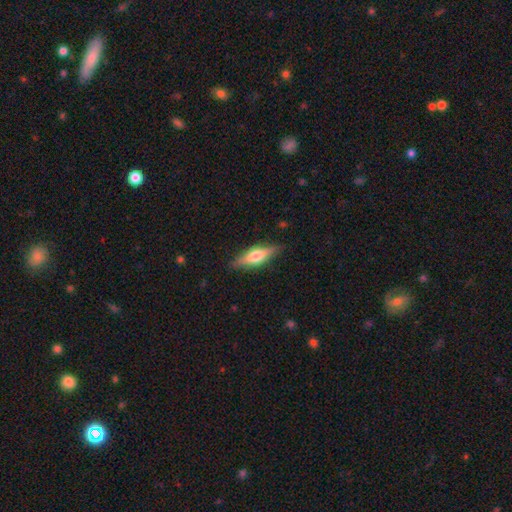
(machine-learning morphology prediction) A featured or disk galaxy (51%) viewed edge-on (93%).

Vote fractions:
- Smooth or featured? featured or disk: 51% / smooth: 43% / star or artifact: 6%
- Edge-on disk? yes: 93% / no: 7%
- Merging? none: 85% / minor disturbance: 11% / major disturbance: 2% / merger: 1%